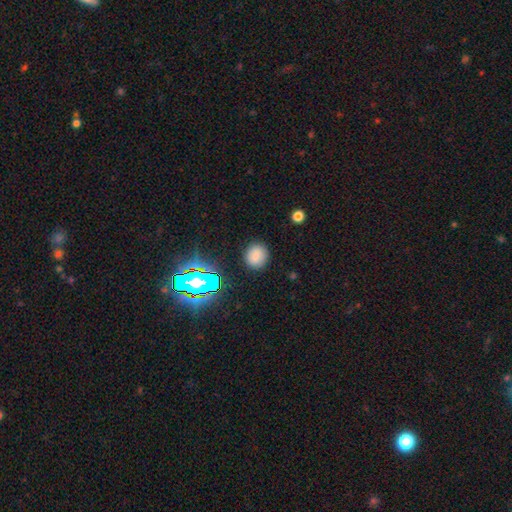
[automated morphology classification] smooth_or_featured: smooth (p=0.77) [alt: star or artifact p=0.16]
how_rounded: round (p=0.75) [alt: in between p=0.24]
merging: none (p=0.87) [alt: minor disturbance p=0.09]